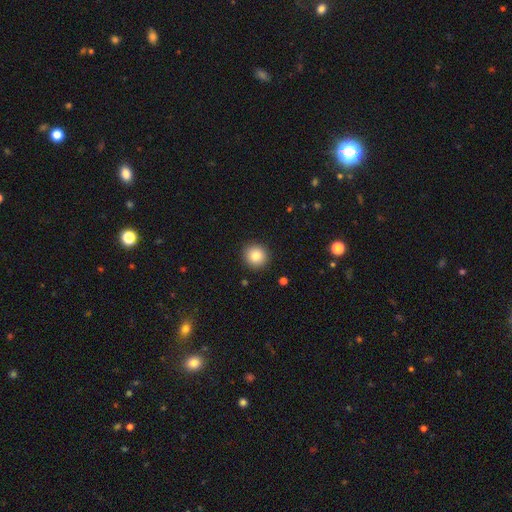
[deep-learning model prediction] Overall: smooth (82%). How rounded: round (92%). Merging: none (92%).